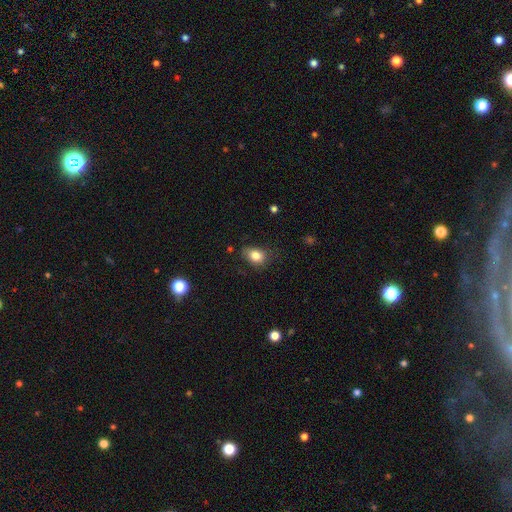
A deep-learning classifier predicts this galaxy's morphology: A smooth galaxy with no disk features (83%) that is in between round and cigar-shaped (68%). Merging: none (68%).